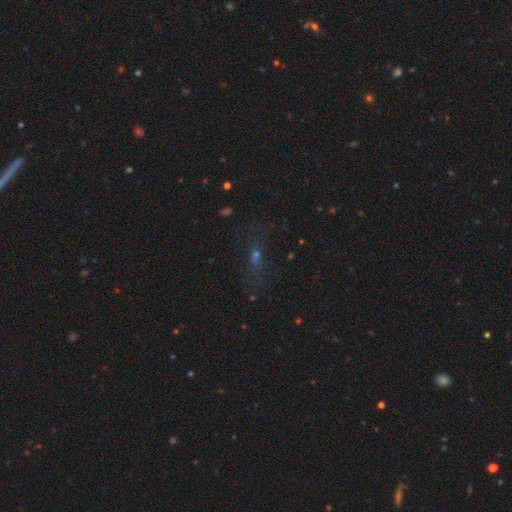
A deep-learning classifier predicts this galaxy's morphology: smooth 39%, star or artifact 38%, featured or disk 23%. Down the decision tree: merging — none (63%).